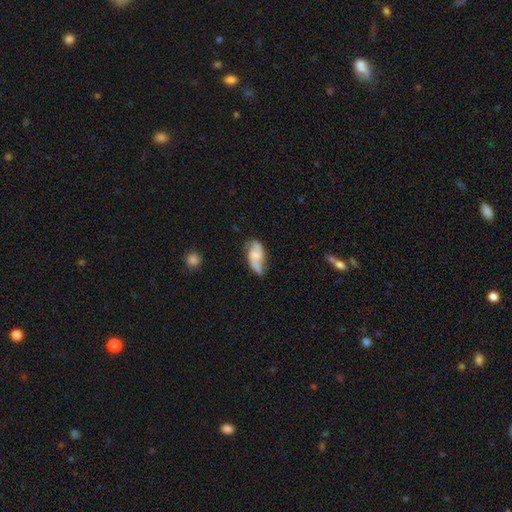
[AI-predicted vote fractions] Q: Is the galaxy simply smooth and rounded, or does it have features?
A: featured or disk — 61%.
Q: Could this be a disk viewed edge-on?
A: no — 95%.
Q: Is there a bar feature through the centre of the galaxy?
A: no — 55%.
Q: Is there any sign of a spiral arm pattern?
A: yes — 91%.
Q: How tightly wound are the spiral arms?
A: loose — 53%.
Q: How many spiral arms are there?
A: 2 — 86%.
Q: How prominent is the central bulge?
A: none — 41%.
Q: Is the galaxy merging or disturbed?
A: none — 57%.